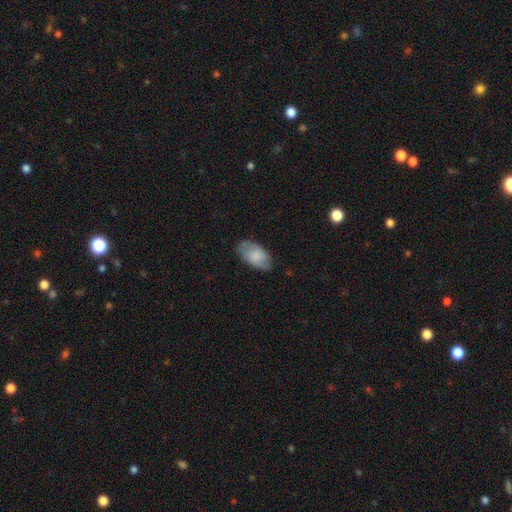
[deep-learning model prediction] Smooth or featured? Predicted: smooth (p=0.76). How rounded? Predicted: in between (p=0.94). Merging? Predicted: none (p=0.73).